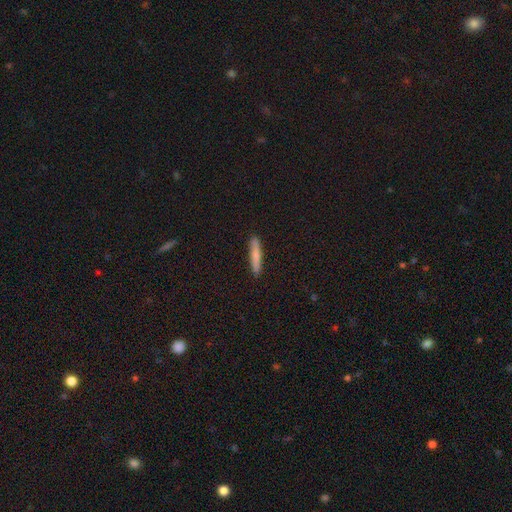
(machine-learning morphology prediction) A smooth galaxy with no disk features (76%) that is cigar-shaped (92%).

Vote fractions:
- Smooth or featured? smooth: 76% / featured or disk: 18% / star or artifact: 6%
- How rounded? cigar-shaped: 92% / in between: 7% / round: 1%
- Merging? none: 89% / minor disturbance: 8% / major disturbance: 2% / merger: 1%